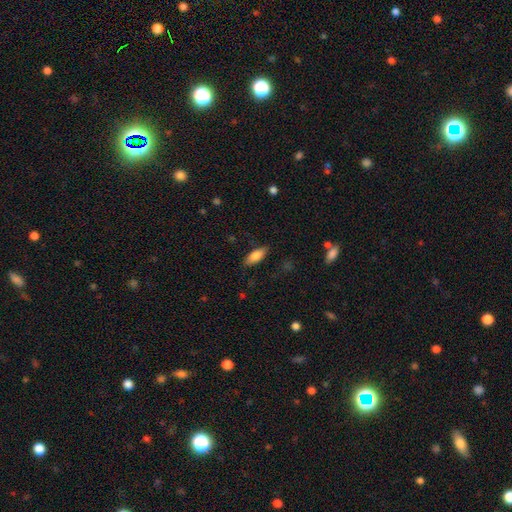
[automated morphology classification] This appears to be a smooth galaxy with no disk features (81%) that is in between round and cigar-shaped (77%). Merging: none (84%).